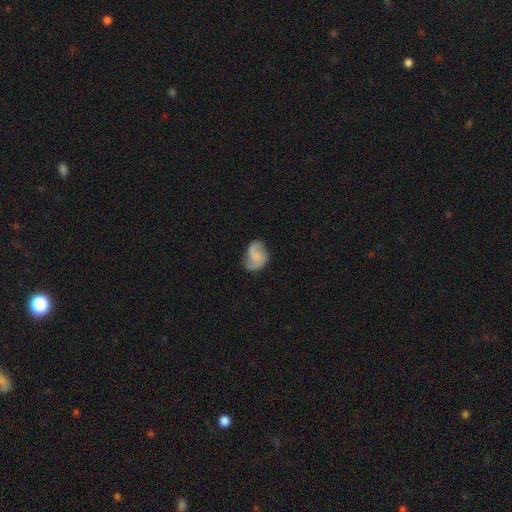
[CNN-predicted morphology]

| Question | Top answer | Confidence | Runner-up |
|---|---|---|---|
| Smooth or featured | featured or disk | 53% | smooth (39%) |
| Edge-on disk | no | 97% | yes (3%) |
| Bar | no | 64% | weak (30%) |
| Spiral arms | yes | 86% | no (14%) |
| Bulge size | none | 50% | small (29%) |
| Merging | none | 54% | minor disturbance (29%) |